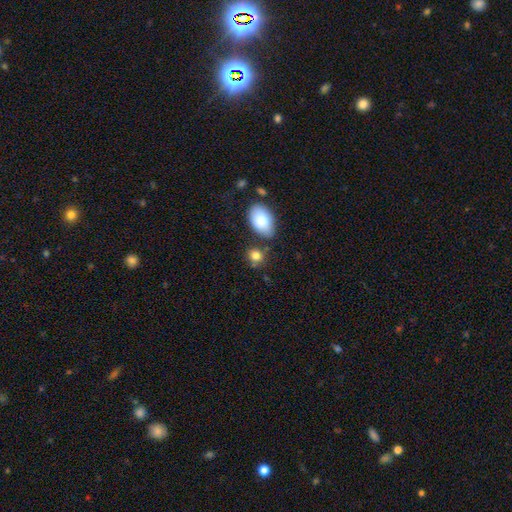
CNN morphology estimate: The model was most divided on "how rounded": round: 60%, in between: 39%, cigar-shaped: 2%. More confident: smooth or featured — smooth (84%); merging — none (67%).